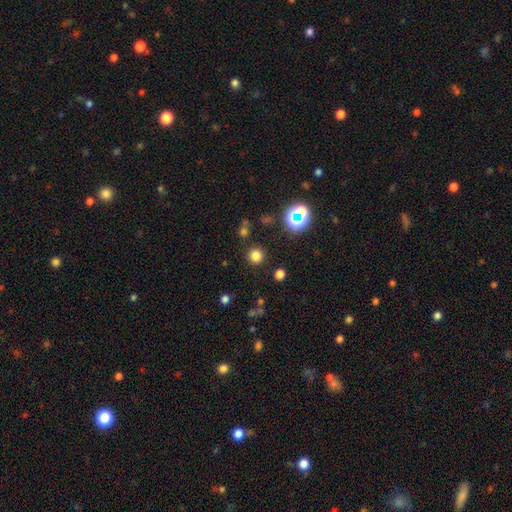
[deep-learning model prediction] Overall: smooth (75%). How rounded: round (94%). Merging: none (88%).